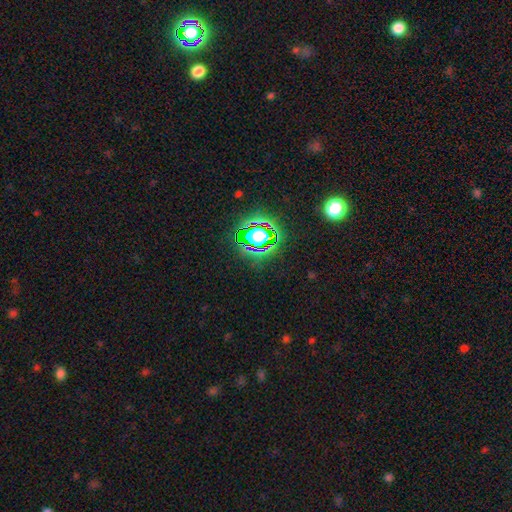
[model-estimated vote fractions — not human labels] Overall: star or artifact (80%).